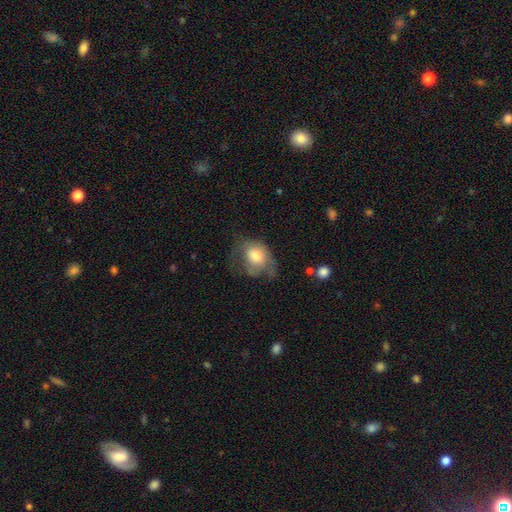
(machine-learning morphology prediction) Overall: smooth (64%; featured or disk 29%). How rounded: in between (58%; round 41%). Merging: major disturbance (36%; none 31%).